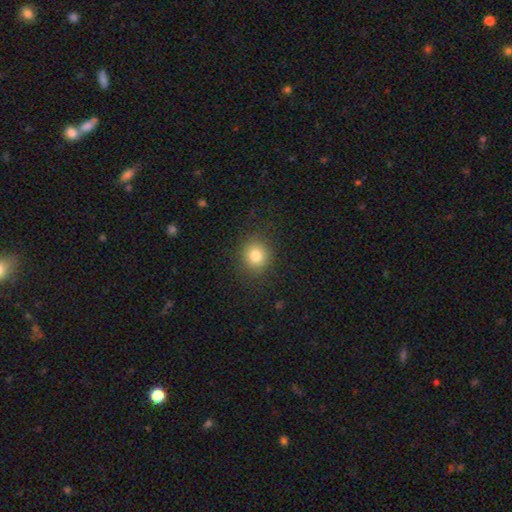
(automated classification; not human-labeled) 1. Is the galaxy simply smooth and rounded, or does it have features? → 81% smooth, 12% star or artifact, 7% featured or disk.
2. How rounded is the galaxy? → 85% round, 15% in between, 1% cigar-shaped.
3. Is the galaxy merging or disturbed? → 88% none, 8% minor disturbance, 3% major disturbance, 1% merger.